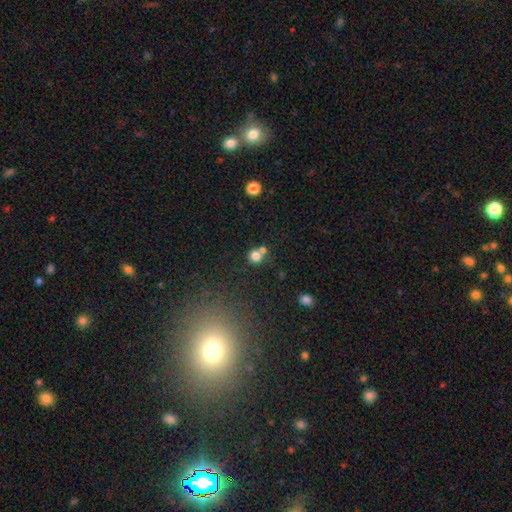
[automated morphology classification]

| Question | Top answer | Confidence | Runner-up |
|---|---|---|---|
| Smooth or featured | smooth | 78% | star or artifact (14%) |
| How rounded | round | 89% | in between (10%) |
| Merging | none | 55% | merger (34%) |